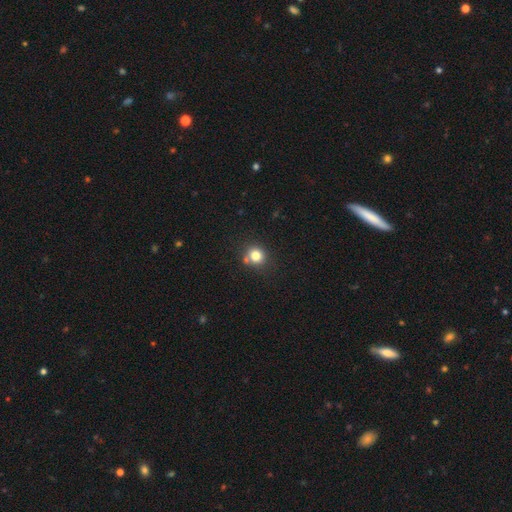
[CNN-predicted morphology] Smooth or featured? smooth (80%)
How rounded? round (84%)
Merging? none (72%)